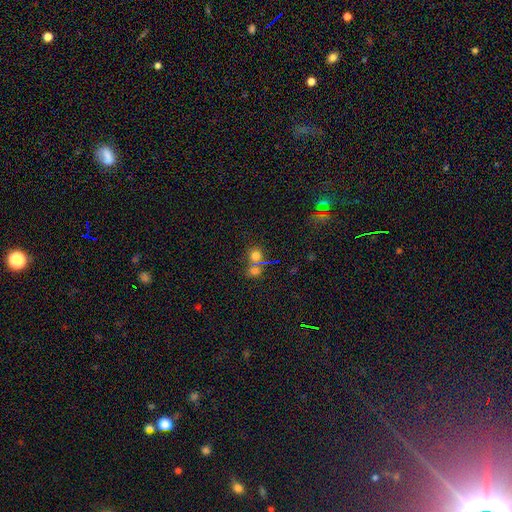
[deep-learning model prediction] Smooth or featured? Predicted: smooth (p=0.70). How rounded? Predicted: round (p=0.83). Merging? Predicted: none (p=0.55).